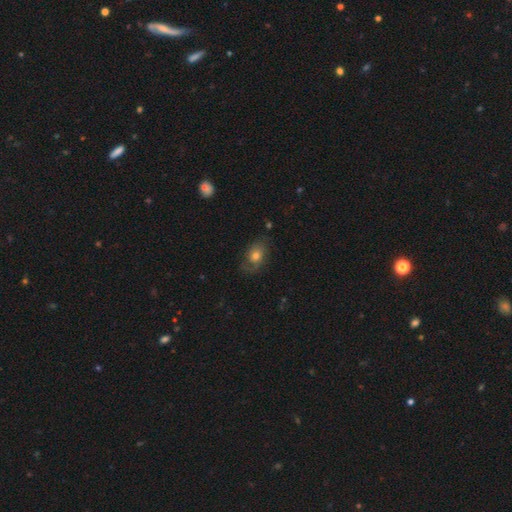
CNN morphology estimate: Q: Smooth or featured?
A: smooth (50%); runner-up: featured or disk (39%)
Q: Merging?
A: none (62%); runner-up: minor disturbance (23%)